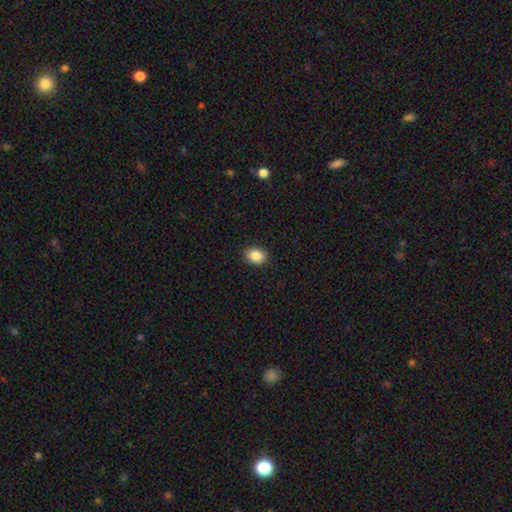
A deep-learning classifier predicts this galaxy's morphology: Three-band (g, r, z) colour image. It shows a smooth galaxy with no disk features (88%) that is in between round and cigar-shaped (68%). Merging: none (90%).